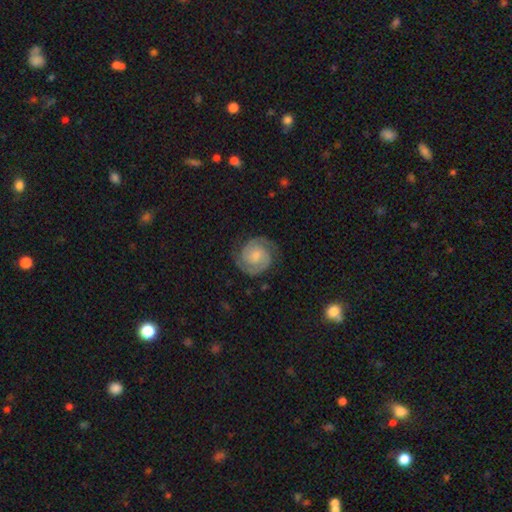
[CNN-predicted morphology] Smooth or featured: featured or disk — 84% (smooth — 10%)
Edge-on disk: no — 98% (yes — 2%)
Bar: no — 55% (weak — 37%)
Spiral arms: yes — 98% (no — 2%)
Spiral winding: tight — 57% (medium — 37%)
Spiral arm count: 2 — 91% (can't tell — 3%)
Bulge size: small — 42% (moderate — 37%)
Merging: none — 81% (minor disturbance — 13%)